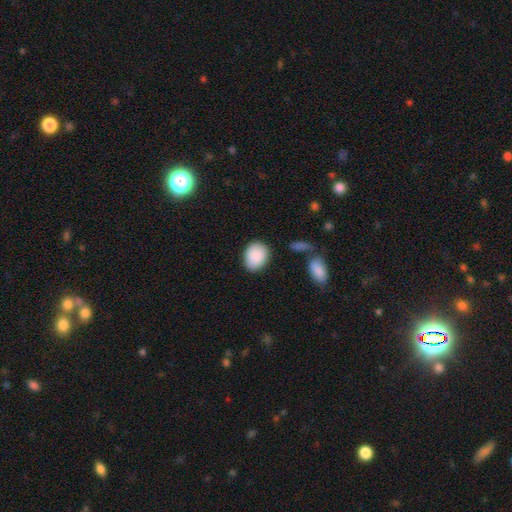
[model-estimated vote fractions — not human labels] Morphology: type=smooth (89%); roundness=in between (60%); merging=none (80%).